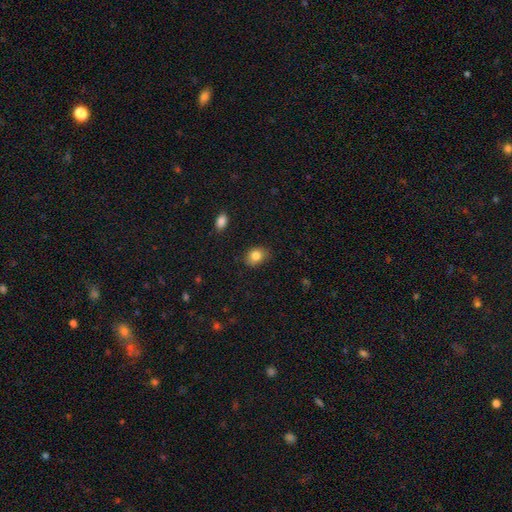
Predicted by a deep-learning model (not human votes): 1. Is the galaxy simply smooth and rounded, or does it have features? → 83% smooth, 9% star or artifact, 8% featured or disk.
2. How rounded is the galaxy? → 64% in between, 35% round, 1% cigar-shaped.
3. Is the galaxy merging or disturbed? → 80% none, 15% minor disturbance, 3% major disturbance, 1% merger.